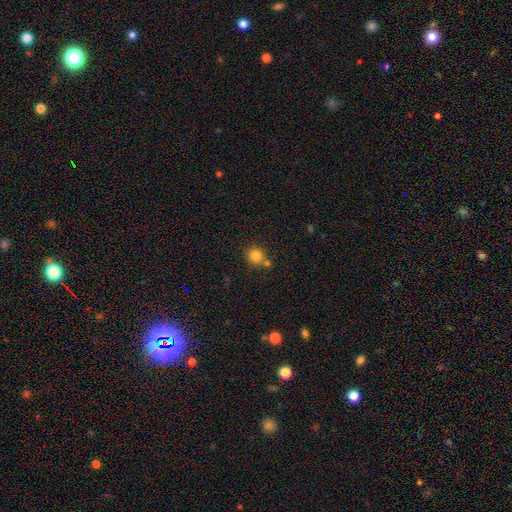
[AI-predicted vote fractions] smooth_or_featured: smooth (p=0.82) [alt: star or artifact p=0.12]
how_rounded: round (p=0.89) [alt: in between p=0.10]
merging: none (p=0.67) [alt: merger p=0.21]